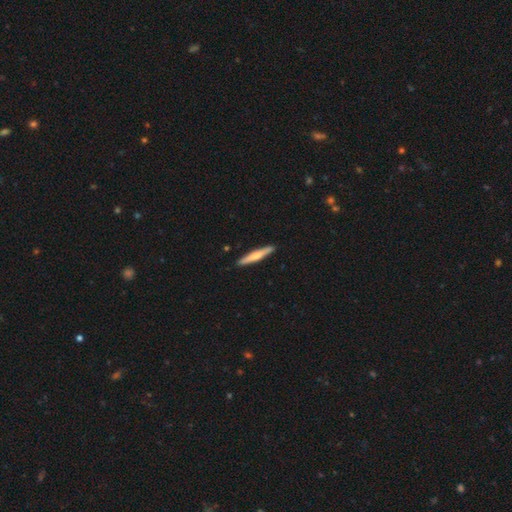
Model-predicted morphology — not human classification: This is possibly a smooth galaxy (54%). How rounded: clearly cigar-shaped (93%). Merging: clearly none (92%).